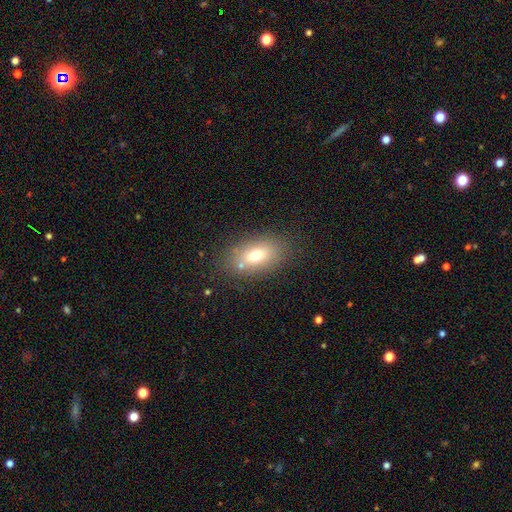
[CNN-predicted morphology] Smooth or featured? smooth (69%)
How rounded? in between (86%)
Merging? none (77%)